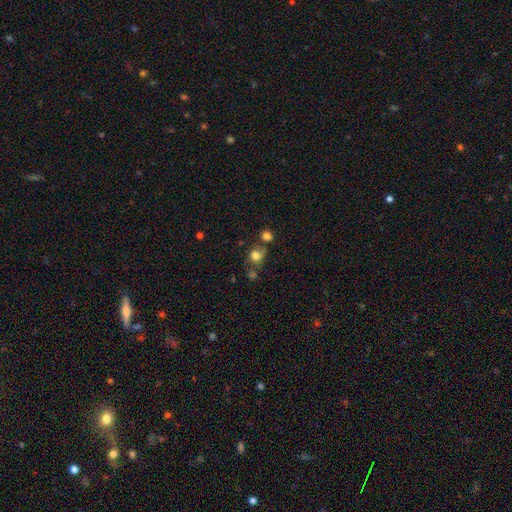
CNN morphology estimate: Smooth or featured?
  - smooth: 76% *
  - star or artifact: 14%
  - featured or disk: 10%
How rounded?
  - round: 75% *
  - in between: 24%
  - cigar-shaped: 1%
Merging?
  - none: 55% *
  - merger: 22%
  - minor disturbance: 16%
  - major disturbance: 8%